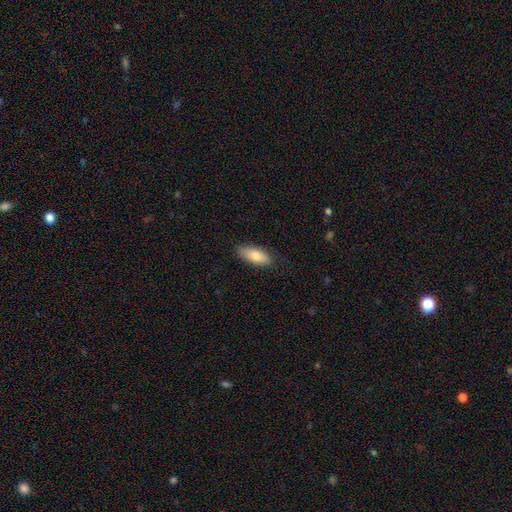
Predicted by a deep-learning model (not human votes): smooth-or-featured: smooth: 77% | featured or disk: 16% | star or artifact: 6%
  how-rounded: in between: 72% | cigar-shaped: 26% | round: 2%
  merging: none: 85% | minor disturbance: 12% | major disturbance: 2% | merger: 1%